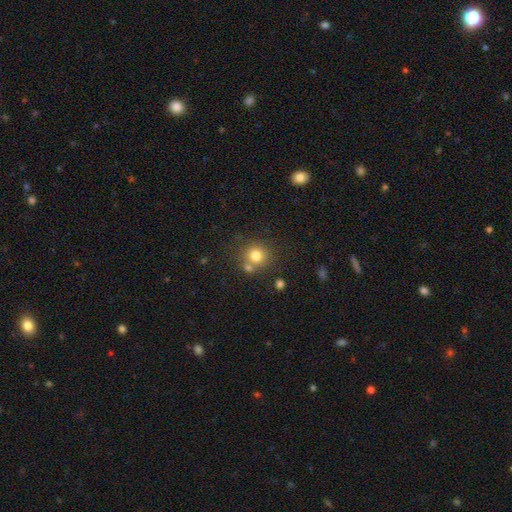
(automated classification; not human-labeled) The model was most divided on "merging": none: 67%, merger: 20%, minor disturbance: 10%, major disturbance: 3%. More confident: how rounded — round (89%); smooth or featured — smooth (78%).